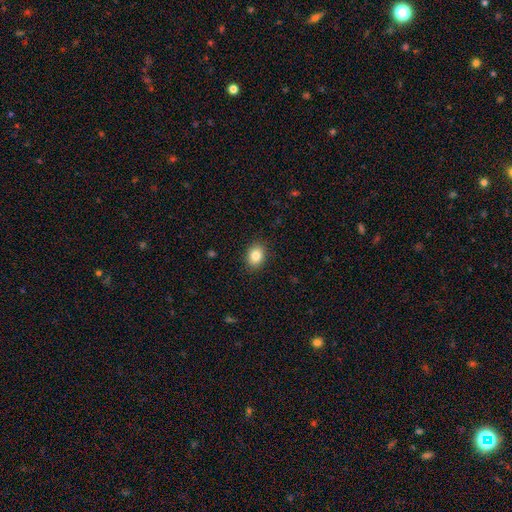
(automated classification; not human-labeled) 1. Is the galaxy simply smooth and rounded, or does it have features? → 84% smooth, 9% star or artifact, 7% featured or disk.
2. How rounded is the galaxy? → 63% in between, 36% round, 1% cigar-shaped.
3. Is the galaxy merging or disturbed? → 89% none, 8% minor disturbance, 2% major disturbance, 1% merger.